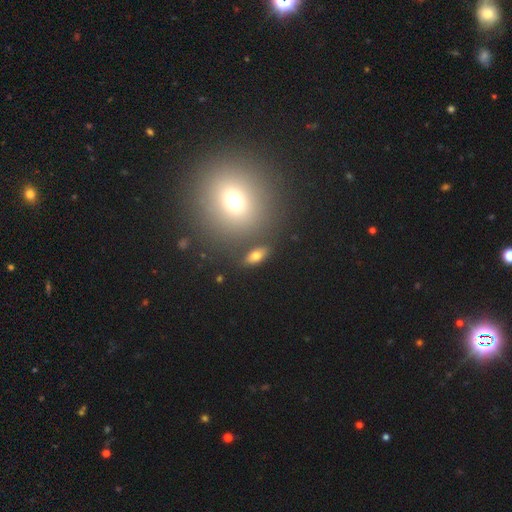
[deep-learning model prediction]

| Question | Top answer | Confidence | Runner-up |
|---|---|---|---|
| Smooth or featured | smooth | 72% | featured or disk (17%) |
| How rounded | in between | 81% | cigar-shaped (10%) |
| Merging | none | 83% | minor disturbance (9%) |